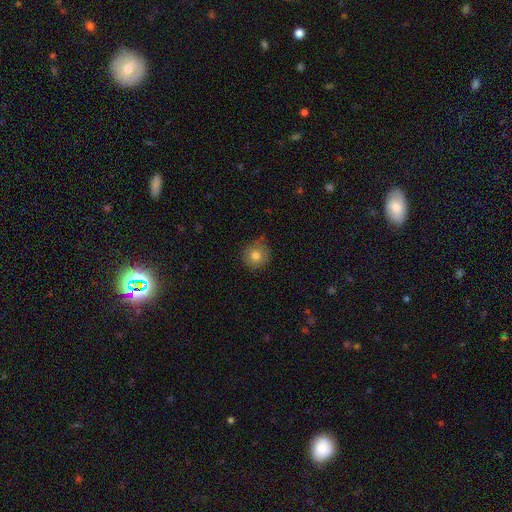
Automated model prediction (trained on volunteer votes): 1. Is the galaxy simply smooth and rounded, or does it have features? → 80% smooth, 11% featured or disk, 9% star or artifact.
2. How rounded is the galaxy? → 91% round, 8% in between, 1% cigar-shaped.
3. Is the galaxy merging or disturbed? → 76% none, 19% minor disturbance, 4% major disturbance, 1% merger.